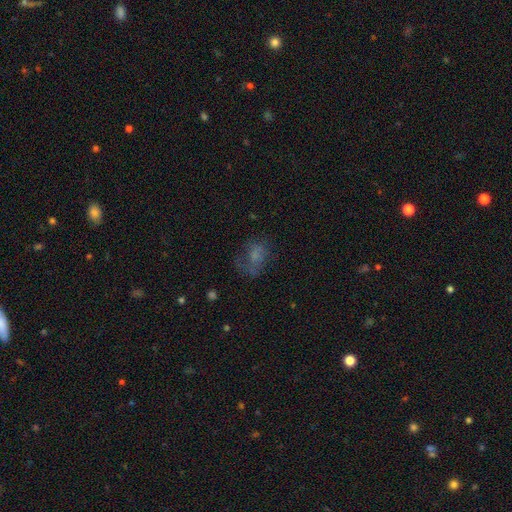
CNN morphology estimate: Q: Smooth or featured?
A: smooth (51%); runner-up: featured or disk (30%)
Q: How rounded?
A: in between (70%); runner-up: round (28%)
Q: Merging?
A: none (42%); runner-up: major disturbance (33%)